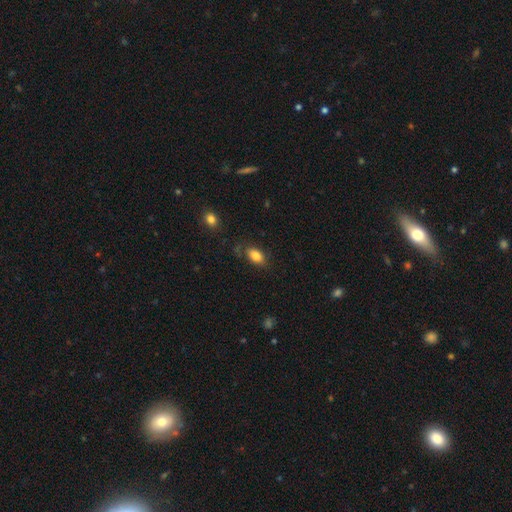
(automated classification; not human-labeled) Q: Smooth or featured?
A: smooth (84%); runner-up: featured or disk (8%)
Q: How rounded?
A: in between (89%); runner-up: round (8%)
Q: Merging?
A: none (74%); runner-up: minor disturbance (17%)